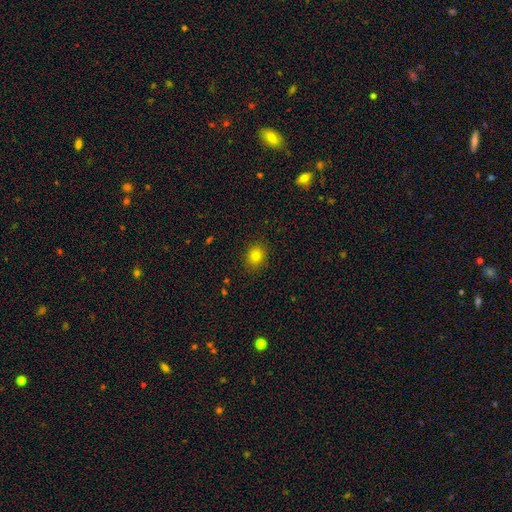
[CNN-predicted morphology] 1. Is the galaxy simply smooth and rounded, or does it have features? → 81% smooth, 13% star or artifact, 6% featured or disk.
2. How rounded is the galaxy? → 64% round, 35% in between, 1% cigar-shaped.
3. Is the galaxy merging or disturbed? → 89% none, 8% minor disturbance, 2% major disturbance, 1% merger.